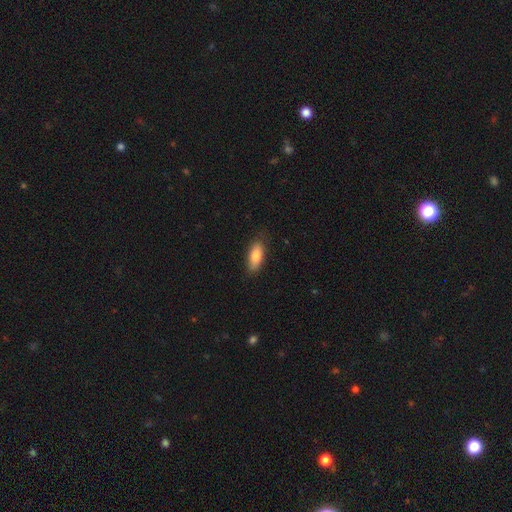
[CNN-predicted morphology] The model was most divided on "how rounded": in between: 79%, cigar-shaped: 18%, round: 2%. More confident: smooth or featured — smooth (84%); merging — none (81%).